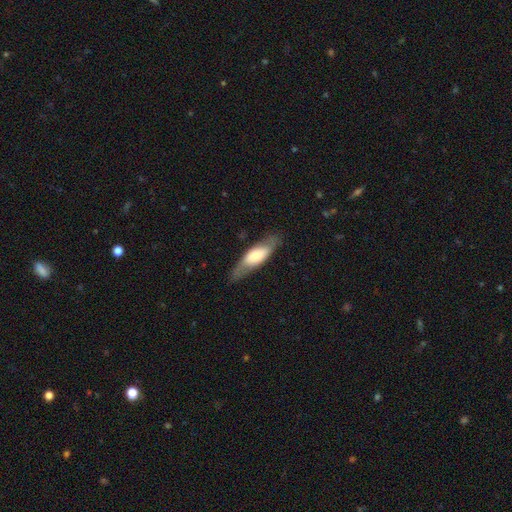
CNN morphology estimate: smooth-or-featured: smooth: 54% | featured or disk: 40% | star or artifact: 6%
  how-rounded: in between: 56% | cigar-shaped: 42% | round: 2%
  merging: none: 76% | minor disturbance: 17% | major disturbance: 6% | merger: 1%